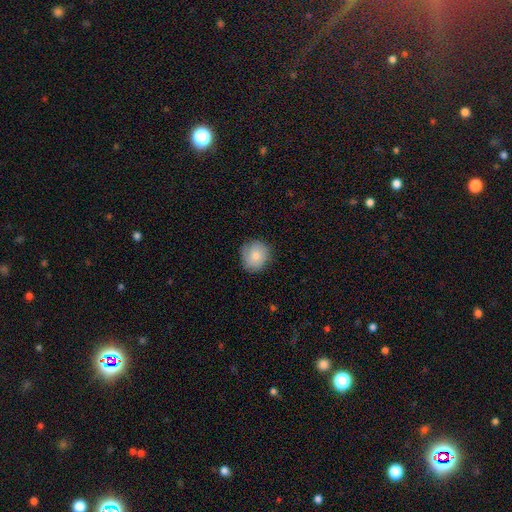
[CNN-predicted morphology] Smooth or featured? Predicted: smooth (p=0.78). How rounded? Predicted: round (p=0.85). Merging? Predicted: none (p=0.79).